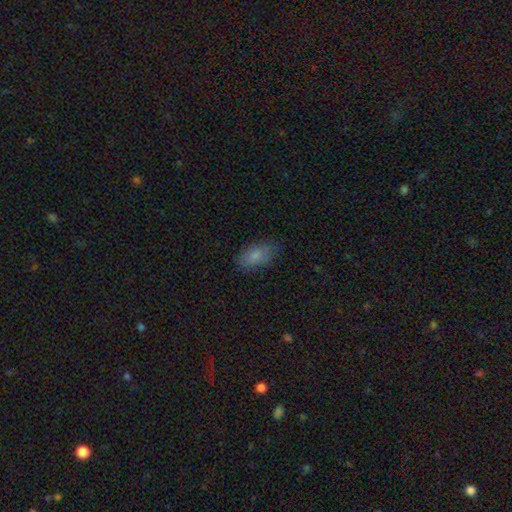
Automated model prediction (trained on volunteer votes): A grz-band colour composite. It shows a smooth galaxy with no disk features (83%) that is in between round and cigar-shaped (91%). Merging: none (79%).